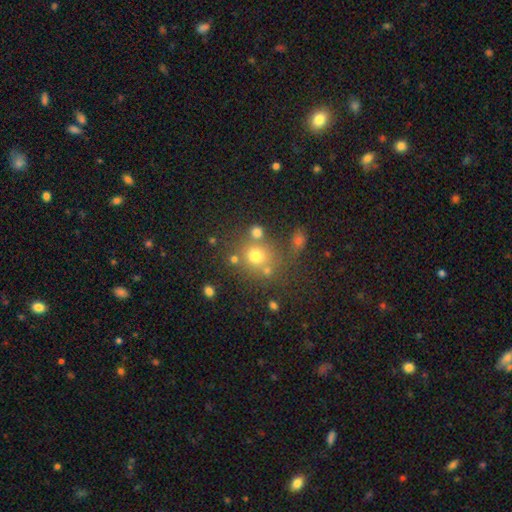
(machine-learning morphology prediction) Smooth or featured? smooth (68%)
How rounded? round (85%)
Merging? none (67%)